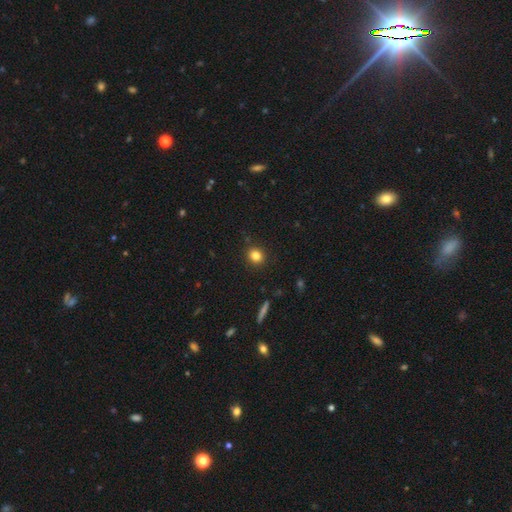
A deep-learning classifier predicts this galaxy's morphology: A smooth galaxy with no disk features (83%) that is round (77%). Merging: none (88%).